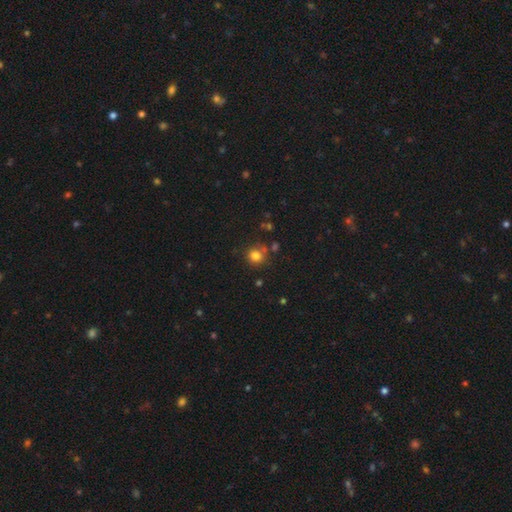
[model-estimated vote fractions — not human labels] Overall: smooth (80%). How rounded: round (89%). Merging: none (77%).